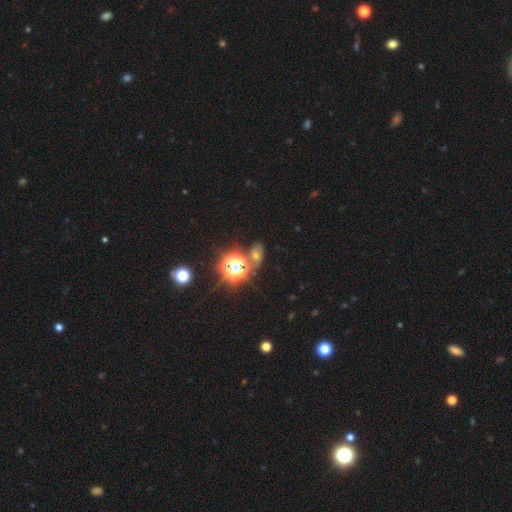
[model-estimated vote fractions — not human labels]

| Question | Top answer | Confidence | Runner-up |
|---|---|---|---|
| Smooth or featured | star or artifact | 51% | smooth (35%) |